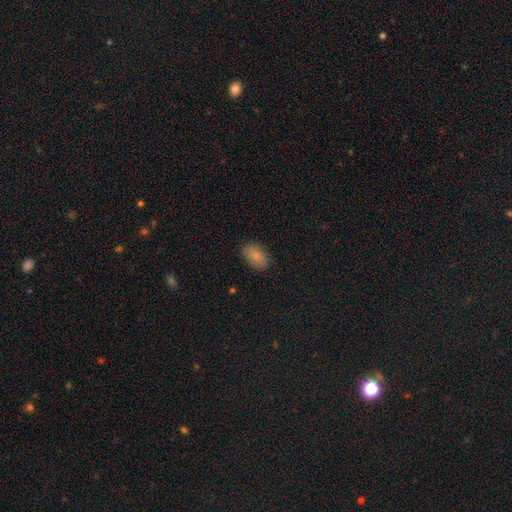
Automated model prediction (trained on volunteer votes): Q: Smooth or featured?
A: smooth (85%); runner-up: featured or disk (8%)
Q: How rounded?
A: in between (92%); runner-up: round (7%)
Q: Merging?
A: none (86%); runner-up: minor disturbance (11%)